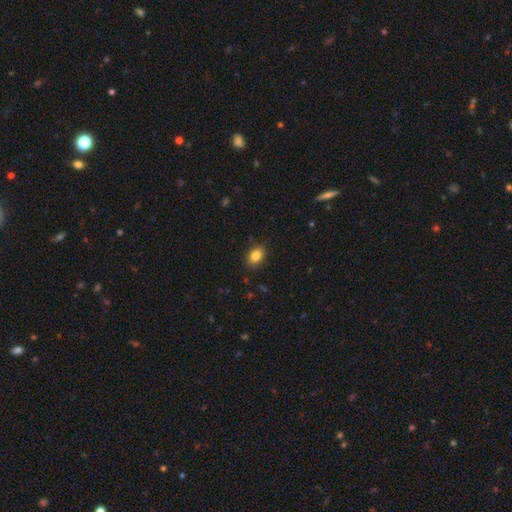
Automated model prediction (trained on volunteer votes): A smooth galaxy with no disk features (84%) that is in between round and cigar-shaped (73%).

Vote fractions:
- Smooth or featured? smooth: 84% / star or artifact: 10% / featured or disk: 6%
- How rounded? in between: 73% / round: 26% / cigar-shaped: 1%
- Merging? none: 87% / minor disturbance: 10% / major disturbance: 2% / merger: 1%